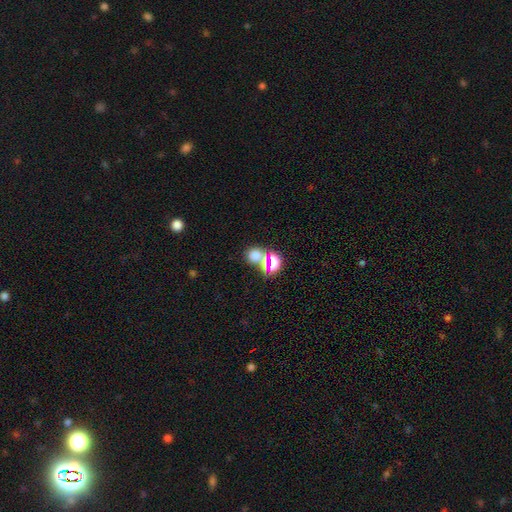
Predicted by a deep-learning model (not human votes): Smooth or featured: smooth — 56% (star or artifact — 35%)
How rounded: round — 71% (in between — 27%)
Merging: none — 52% (merger — 35%)